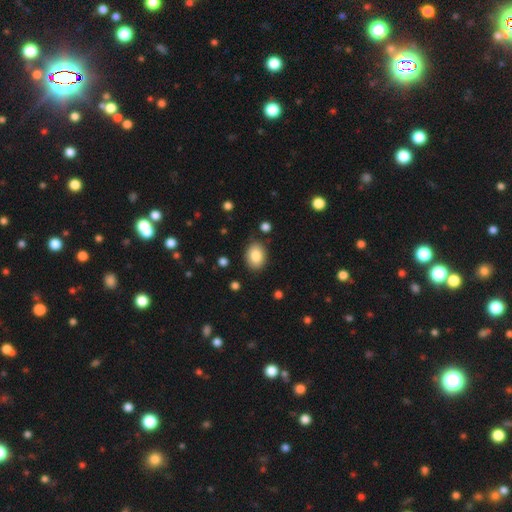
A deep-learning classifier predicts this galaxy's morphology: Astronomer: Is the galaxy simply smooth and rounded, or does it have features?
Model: smooth — 85%.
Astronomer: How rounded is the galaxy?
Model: in between — 74%.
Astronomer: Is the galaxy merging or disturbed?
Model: none — 84%.